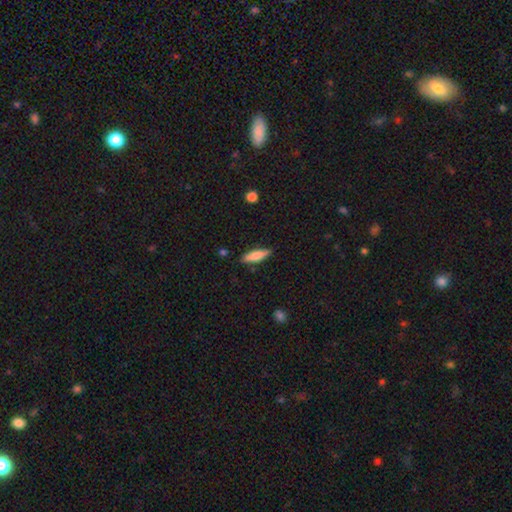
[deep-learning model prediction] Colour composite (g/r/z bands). It shows a smooth galaxy with no disk features (74%) that is cigar-shaped (61%). Merging: none (85%).